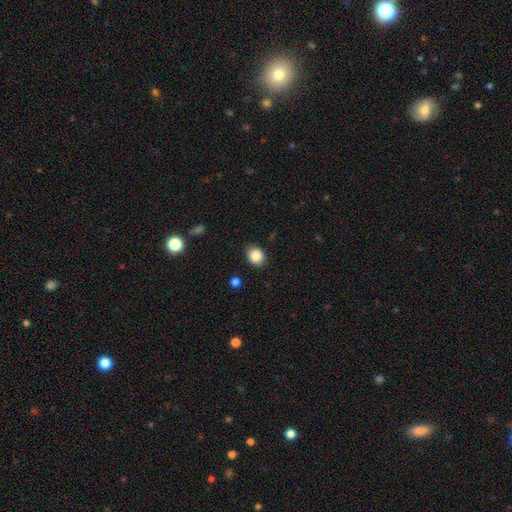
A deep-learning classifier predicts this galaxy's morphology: Smooth or featured: smooth — 86% (star or artifact — 9%)
How rounded: round — 53% (in between — 46%)
Merging: none — 86% (minor disturbance — 11%)